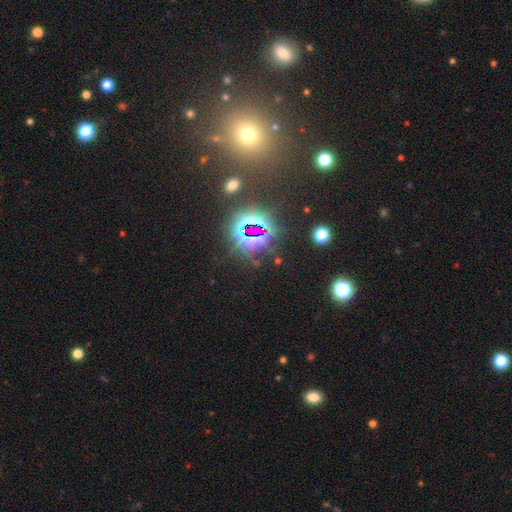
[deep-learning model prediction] Morphology: type=star or artifact (79%).